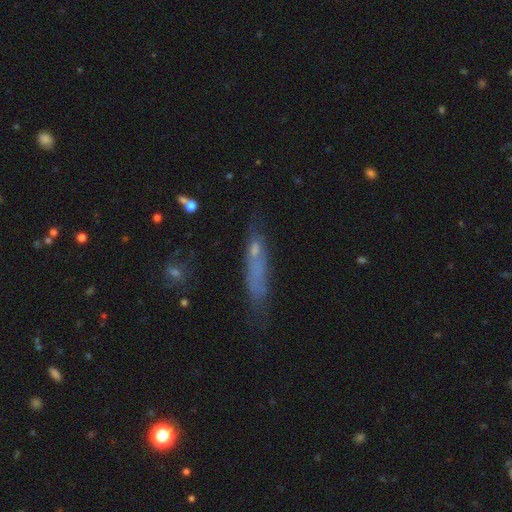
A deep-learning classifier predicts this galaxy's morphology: Q: Smooth or featured?
A: smooth (55%); runner-up: featured or disk (31%)
Q: How rounded?
A: cigar-shaped (84%); runner-up: in between (13%)
Q: Merging?
A: none (59%); runner-up: minor disturbance (23%)